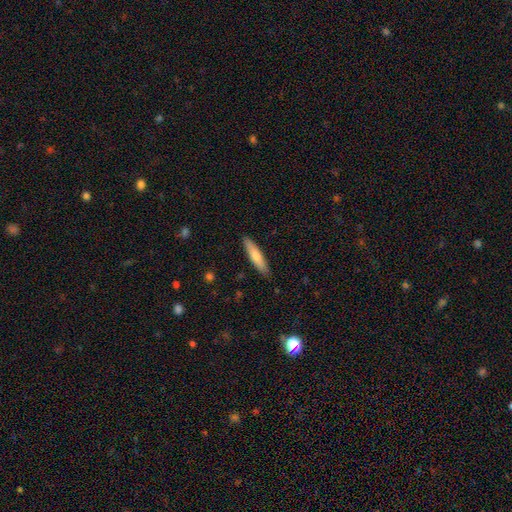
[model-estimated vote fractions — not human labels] Q: Smooth or featured?
A: smooth (64%); runner-up: featured or disk (30%)
Q: How rounded?
A: cigar-shaped (84%); runner-up: in between (14%)
Q: Merging?
A: none (89%); runner-up: minor disturbance (8%)